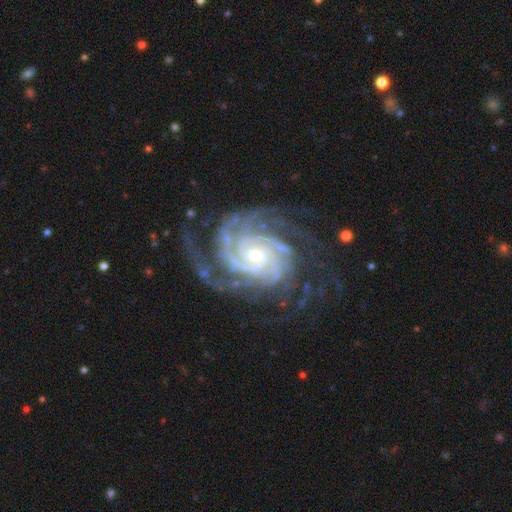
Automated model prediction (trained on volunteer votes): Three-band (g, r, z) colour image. It shows a featured or disk galaxy (94%) with no bar (69%), 4 (30%) tight (75%) spiral arms (99%) and a small central bulge (67%). Merging: none (70%).